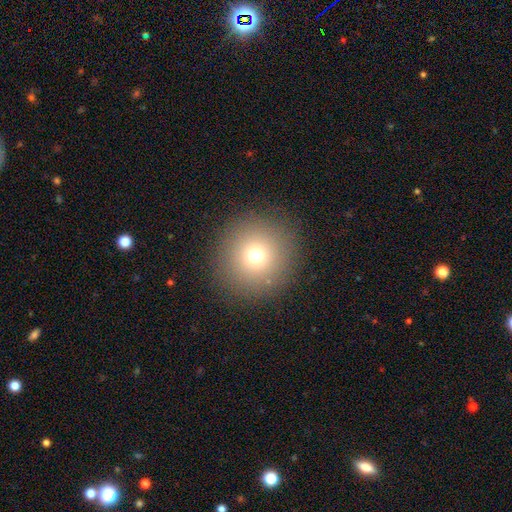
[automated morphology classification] smooth 70%, star or artifact 19%, featured or disk 11%. Down the decision tree: how rounded — round (96%); merging — none (90%).